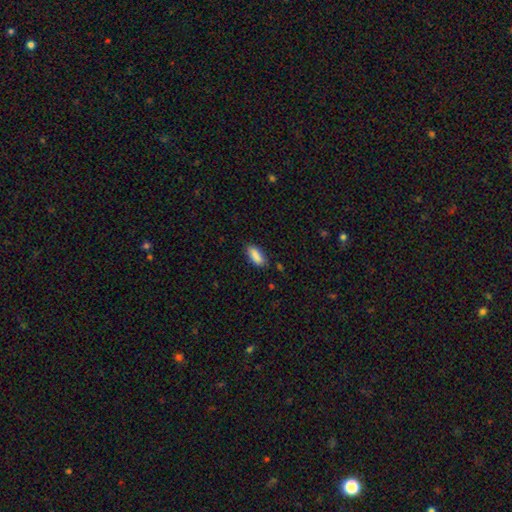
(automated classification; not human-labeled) Smooth or featured? smooth (88%)
How rounded? in between (81%)
Merging? none (81%)